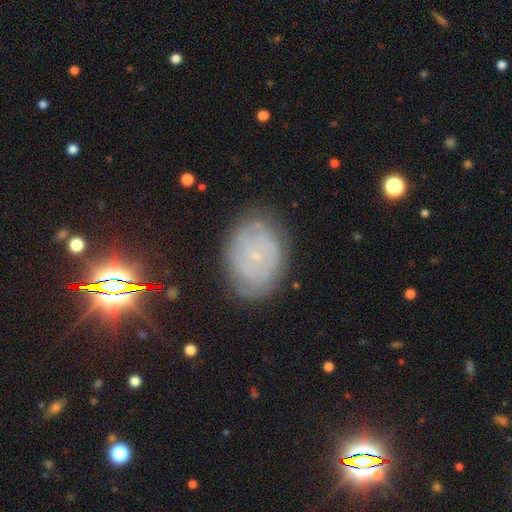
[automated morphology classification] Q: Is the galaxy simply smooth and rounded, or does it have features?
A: featured or disk — 68%.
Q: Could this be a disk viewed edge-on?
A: no — 96%.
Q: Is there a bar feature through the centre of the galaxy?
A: no — 81%.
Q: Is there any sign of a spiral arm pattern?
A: yes — 84%.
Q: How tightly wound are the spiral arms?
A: tight — 73%.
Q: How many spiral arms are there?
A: can't tell — 53%.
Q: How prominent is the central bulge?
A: small — 87%.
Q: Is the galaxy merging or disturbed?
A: none — 78%.